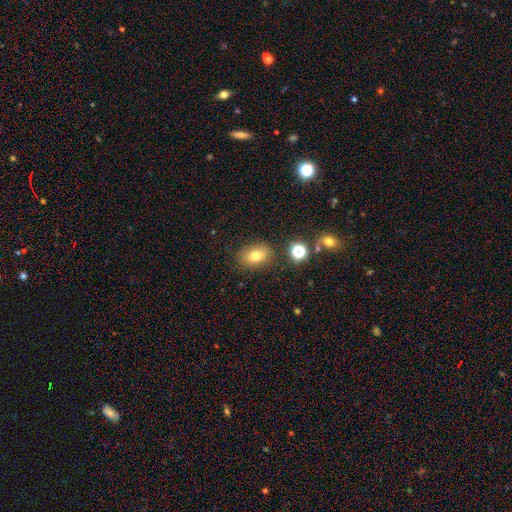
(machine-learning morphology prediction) Smooth or featured?
  - smooth: 74% *
  - star or artifact: 13%
  - featured or disk: 13%
How rounded?
  - in between: 73% *
  - round: 26%
  - cigar-shaped: 1%
Merging?
  - none: 81% *
  - minor disturbance: 12%
  - major disturbance: 4%
  - merger: 3%